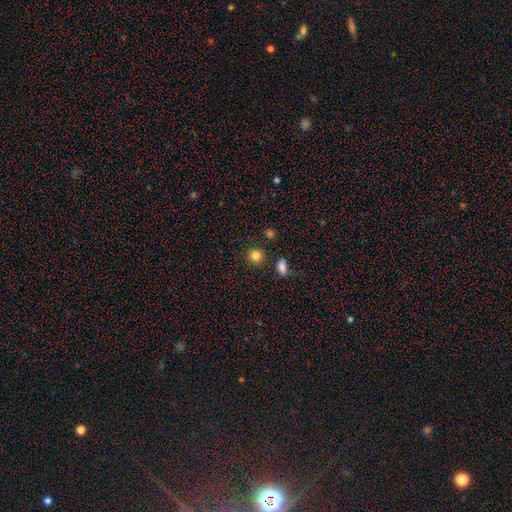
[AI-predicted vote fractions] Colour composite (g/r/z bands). It shows a smooth galaxy with no disk features (83%) that is round (89%). Merging: none (86%).